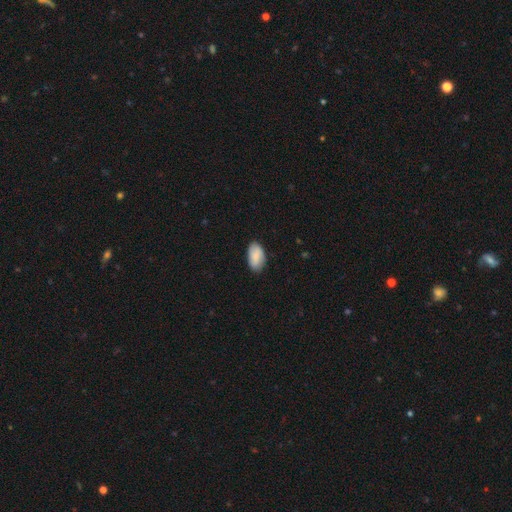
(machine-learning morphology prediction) smooth 82%, featured or disk 12%, star or artifact 6%. Down the decision tree: how rounded — in between (95%); merging — none (81%).